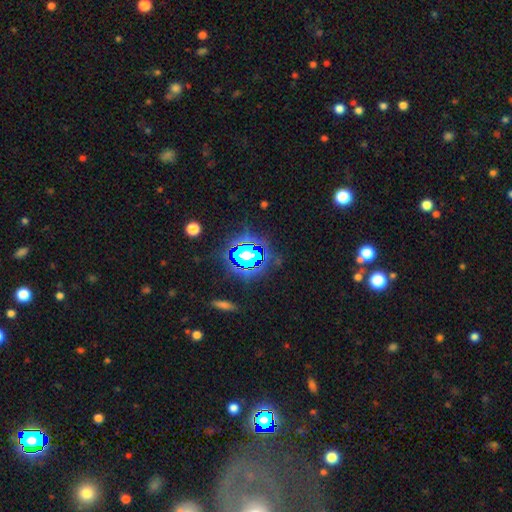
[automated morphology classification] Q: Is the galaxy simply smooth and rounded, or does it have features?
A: star or artifact — 80%.